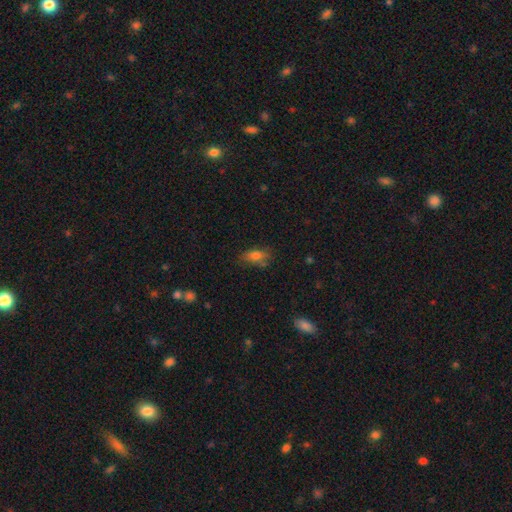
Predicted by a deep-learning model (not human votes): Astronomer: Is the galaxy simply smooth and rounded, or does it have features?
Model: smooth — 77%.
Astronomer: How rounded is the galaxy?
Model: in between — 82%.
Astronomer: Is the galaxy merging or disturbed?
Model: none — 68%.